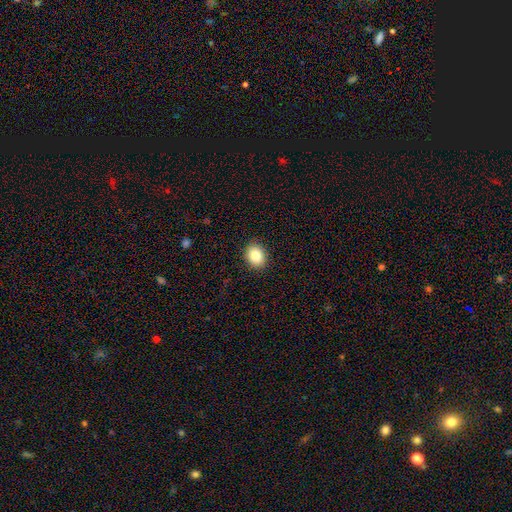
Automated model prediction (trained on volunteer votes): Smooth or featured? smooth (85%)
How rounded? in between (51%)
Merging? none (90%)